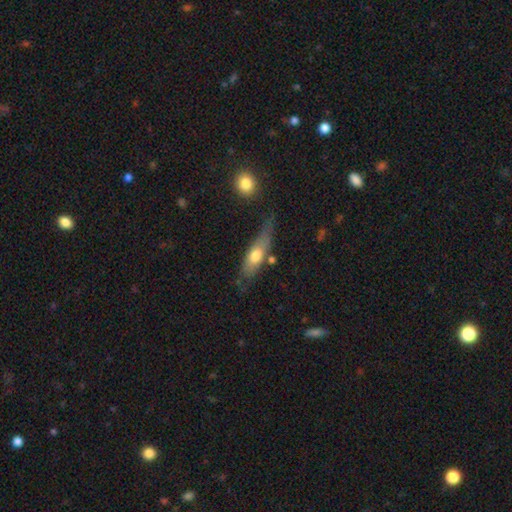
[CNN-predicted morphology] This appears to be a smooth galaxy with no disk features (60%) that is in between round and cigar-shaped (48%, tied with cigar-shaped). Merging: none (52%).